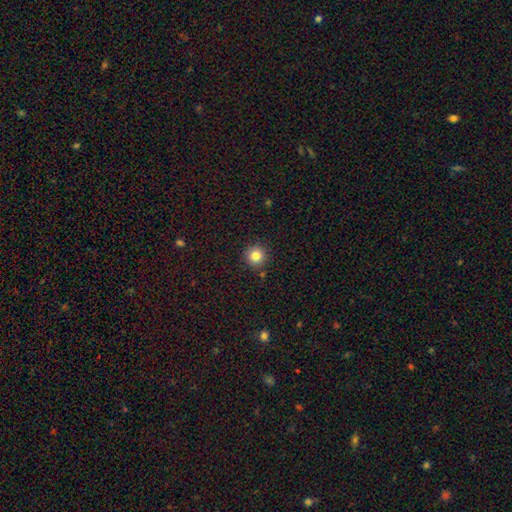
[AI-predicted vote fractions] A smooth galaxy with no disk features (83%) that is round (95%). Merging: none (88%).